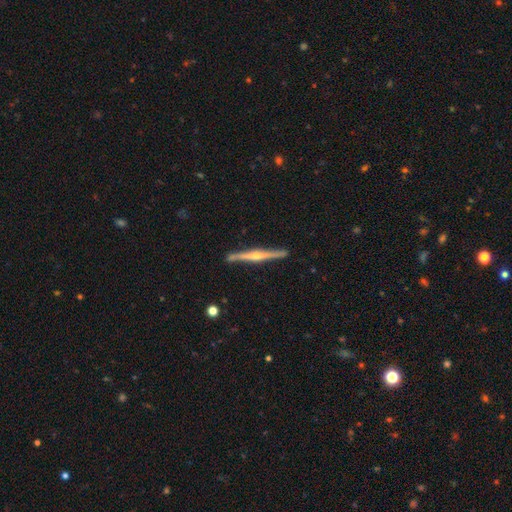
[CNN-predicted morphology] Smooth or featured? Predicted: featured or disk (p=0.82). Edge-on disk? Predicted: yes (p=0.98). Edge-on bulge? Predicted: rounded (p=0.87). Merging? Predicted: none (p=0.89).